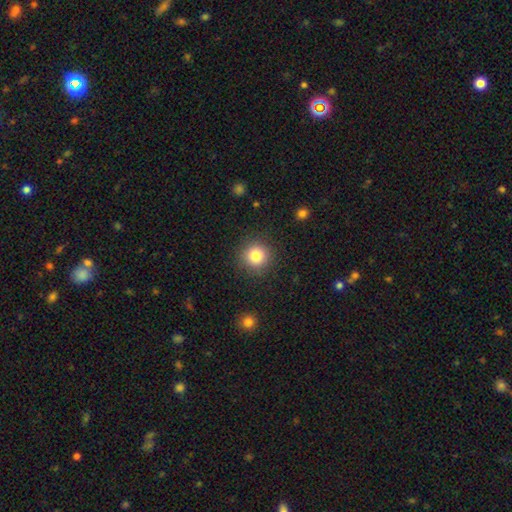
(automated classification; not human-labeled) Smooth or featured? smooth (82%)
How rounded? round (94%)
Merging? none (89%)